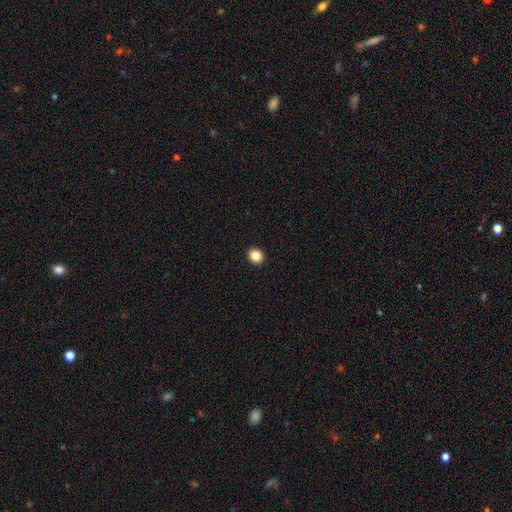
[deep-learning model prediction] Q: Smooth or featured?
A: smooth (86%); runner-up: star or artifact (10%)
Q: How rounded?
A: round (76%); runner-up: in between (23%)
Q: Merging?
A: none (93%); runner-up: minor disturbance (4%)